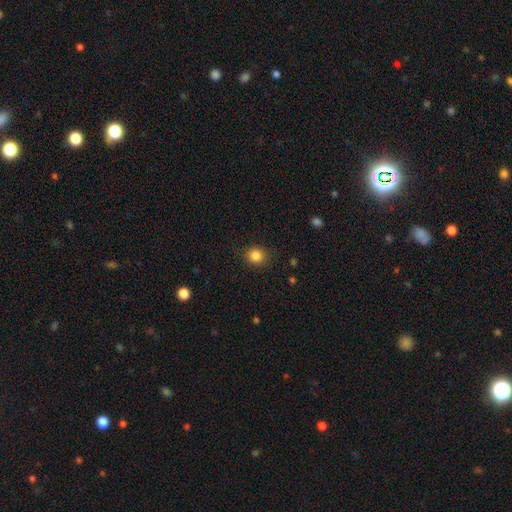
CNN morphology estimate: A smooth galaxy with no disk features (85%) that is round (80%). Merging: none (87%).